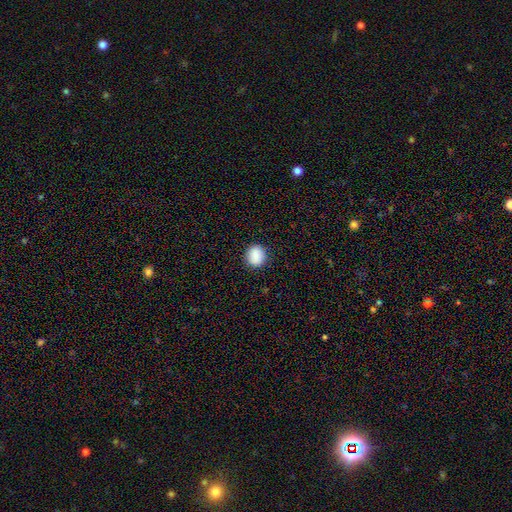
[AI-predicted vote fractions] Smooth or featured?
  - smooth: 89% *
  - star or artifact: 7%
  - featured or disk: 4%
How rounded?
  - round: 76% *
  - in between: 23%
  - cigar-shaped: 1%
Merging?
  - none: 89% *
  - minor disturbance: 8%
  - major disturbance: 2%
  - merger: 1%